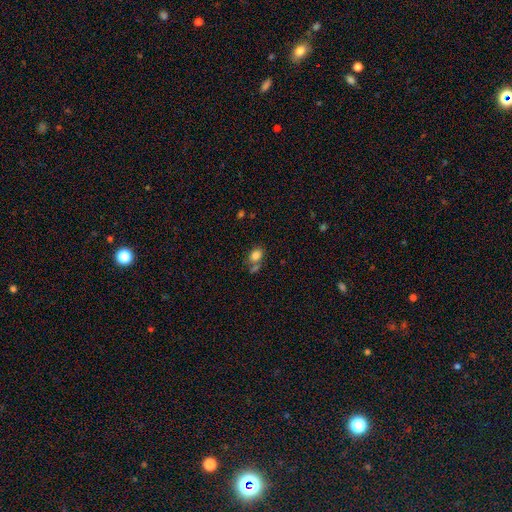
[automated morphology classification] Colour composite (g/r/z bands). It shows a smooth galaxy with no disk features (82%) that is in between round and cigar-shaped (69%). Merging: none (57%).